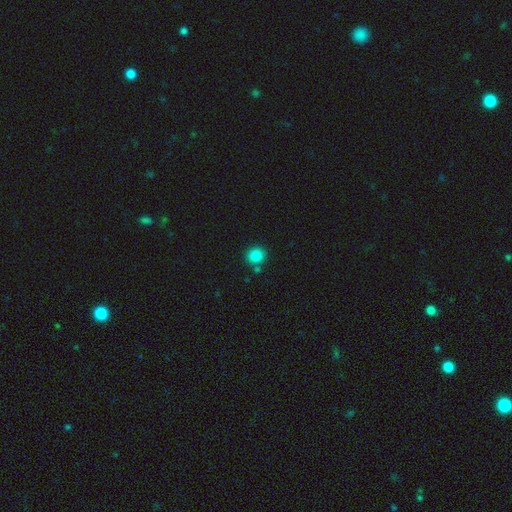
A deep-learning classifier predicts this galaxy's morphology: Smooth or featured: smooth — 86% (star or artifact — 10%)
How rounded: round — 84% (in between — 15%)
Merging: none — 79% (merger — 9%)